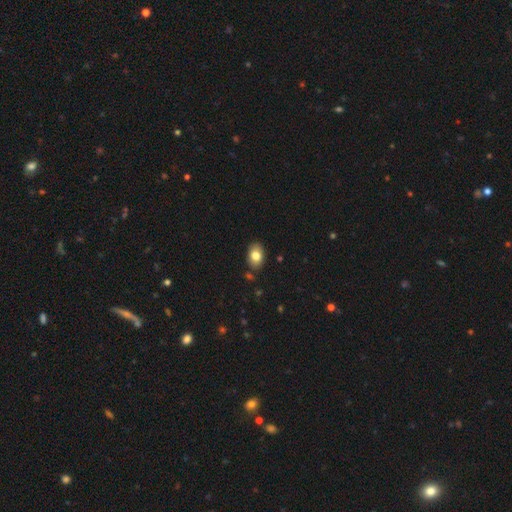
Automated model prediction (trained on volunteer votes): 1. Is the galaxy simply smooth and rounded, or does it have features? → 81% smooth, 11% featured or disk, 9% star or artifact.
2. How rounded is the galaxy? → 81% in between, 18% round, 1% cigar-shaped.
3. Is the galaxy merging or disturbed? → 84% none, 11% minor disturbance, 3% merger, 2% major disturbance.